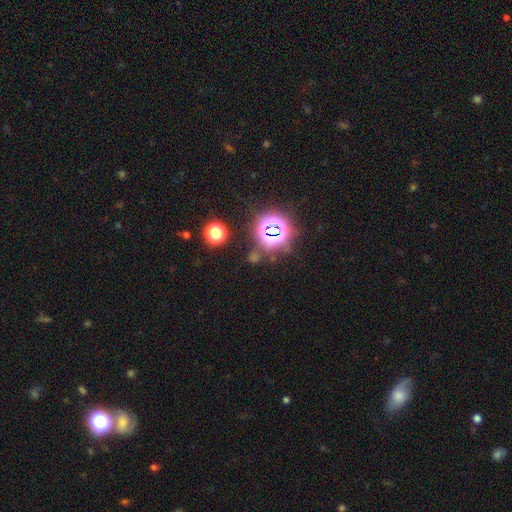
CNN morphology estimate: This is likely a star or artifact rather than a galaxy (73%).